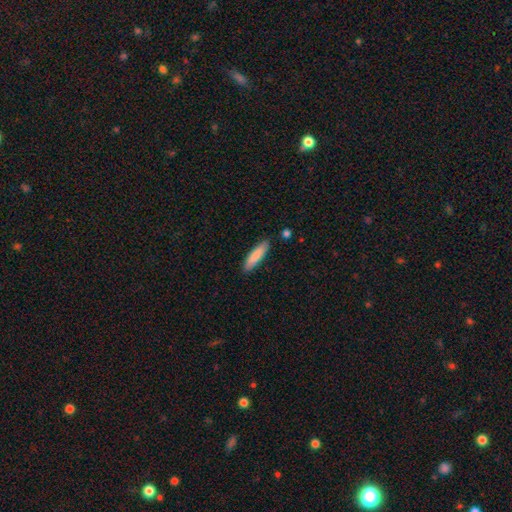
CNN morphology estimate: Smooth or featured: smooth — 85% (featured or disk — 10%)
How rounded: cigar-shaped — 73% (in between — 26%)
Merging: none — 87% (minor disturbance — 10%)